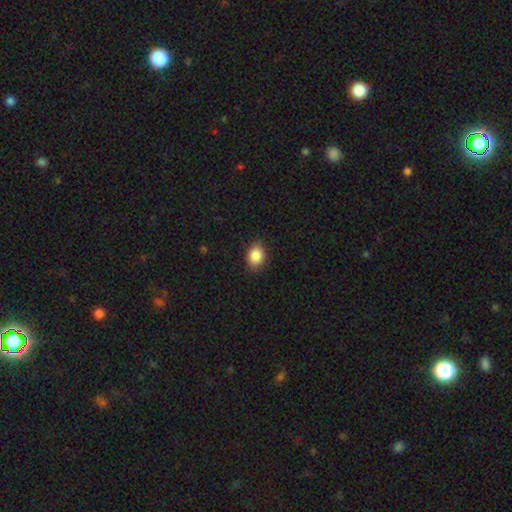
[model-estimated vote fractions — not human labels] Q: Smooth or featured?
A: smooth (86%); runner-up: star or artifact (8%)
Q: How rounded?
A: in between (69%); runner-up: round (30%)
Q: Merging?
A: none (86%); runner-up: minor disturbance (10%)